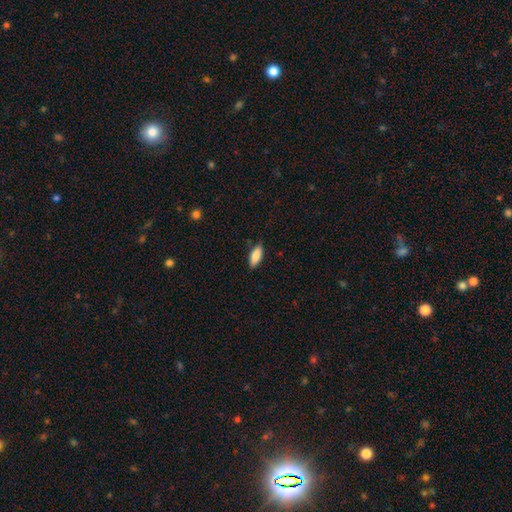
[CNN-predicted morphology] smooth-or-featured: smooth: 85% | featured or disk: 9% | star or artifact: 6%
  how-rounded: in between: 73% | cigar-shaped: 25% | round: 2%
  merging: none: 83% | minor disturbance: 13% | major disturbance: 2% | merger: 1%